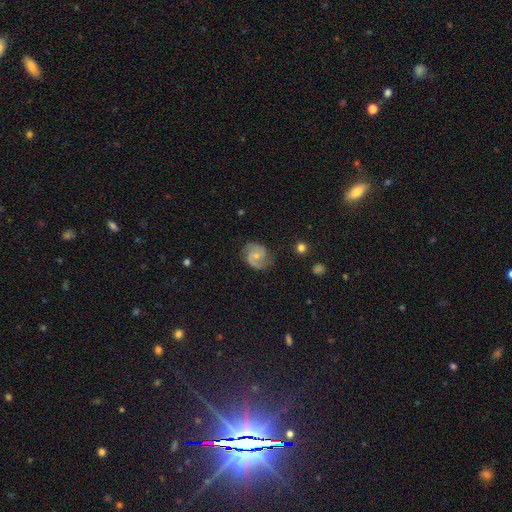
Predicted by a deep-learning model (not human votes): Q: Smooth or featured?
A: featured or disk (78%); runner-up: smooth (16%)
Q: Edge-on disk?
A: no (98%); runner-up: yes (2%)
Q: Bar?
A: no (65%); runner-up: weak (30%)
Q: Spiral arms?
A: yes (95%); runner-up: no (5%)
Q: Spiral winding?
A: medium (49%); runner-up: tight (36%)
Q: Spiral arm count?
A: 2 (86%); runner-up: can't tell (6%)
Q: Bulge size?
A: small (57%); runner-up: moderate (37%)
Q: Merging?
A: none (74%); runner-up: minor disturbance (19%)